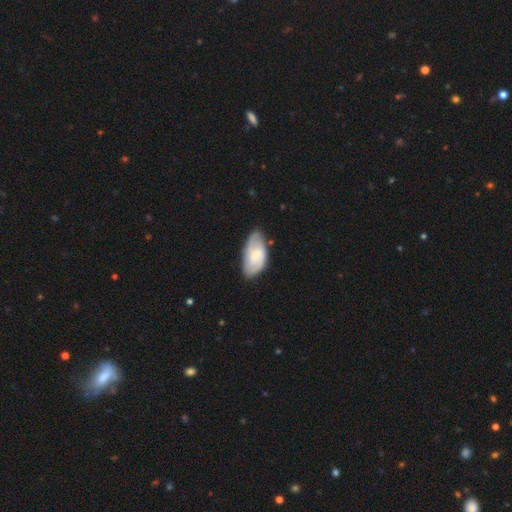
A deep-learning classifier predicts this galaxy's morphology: The model was most divided on "smooth or featured": featured or disk: 53%, smooth: 41%, star or artifact: 6%. More confident: edge-on disk — no (94%); merging — none (69%).